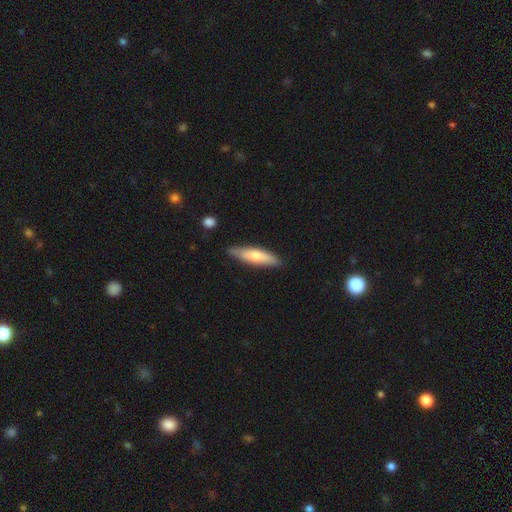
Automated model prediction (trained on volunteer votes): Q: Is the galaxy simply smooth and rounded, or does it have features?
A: smooth — 61%.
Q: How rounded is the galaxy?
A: cigar-shaped — 71%.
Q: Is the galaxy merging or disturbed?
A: none — 80%.